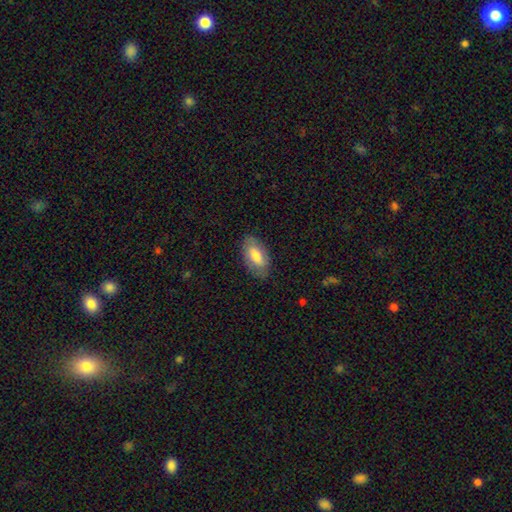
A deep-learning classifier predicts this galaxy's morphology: Smooth or featured? smooth (73%)
How rounded? in between (92%)
Merging? none (81%)